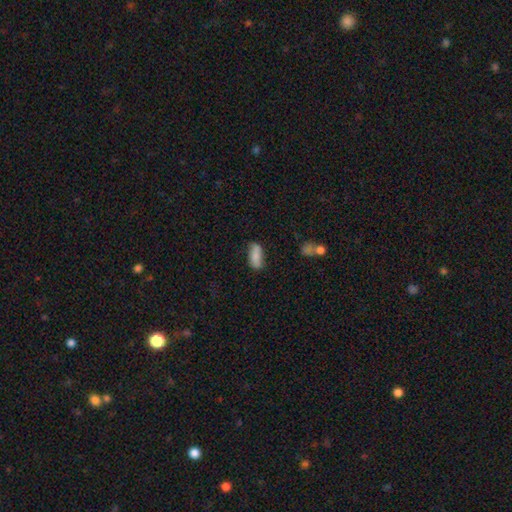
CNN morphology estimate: The model was most divided on "merging": none: 68%, minor disturbance: 23%, major disturbance: 6%, merger: 4%. More confident: how rounded — in between (81%); smooth or featured — smooth (78%).